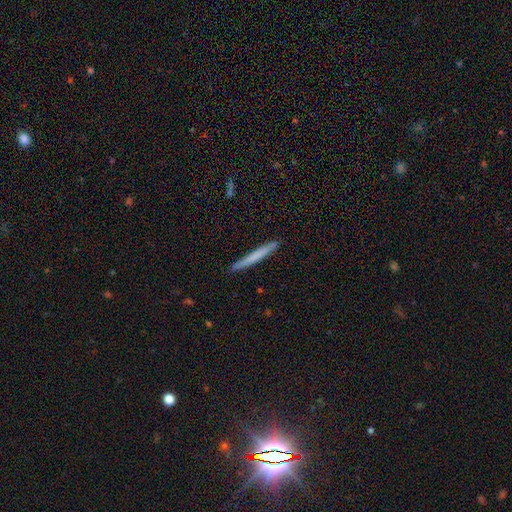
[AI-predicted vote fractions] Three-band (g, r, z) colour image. It shows a smooth galaxy with no disk features (65%) that is cigar-shaped (97%). Merging: none (90%).